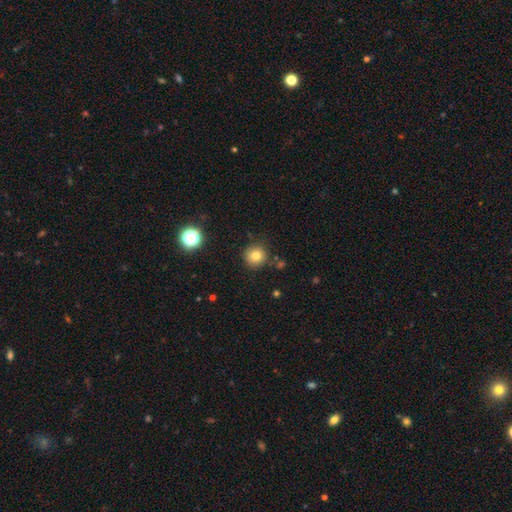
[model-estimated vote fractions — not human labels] Smooth or featured: smooth — 80% (star or artifact — 13%)
How rounded: round — 93% (in between — 6%)
Merging: none — 86% (minor disturbance — 8%)